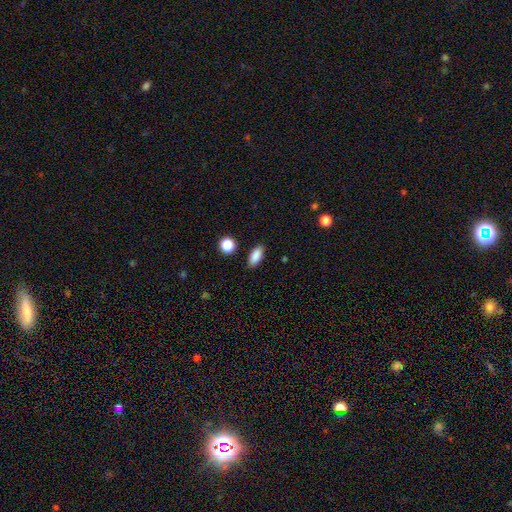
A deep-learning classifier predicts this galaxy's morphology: This is clearly a smooth galaxy (88%). How rounded: clearly in between (84%). Merging: clearly none (87%).